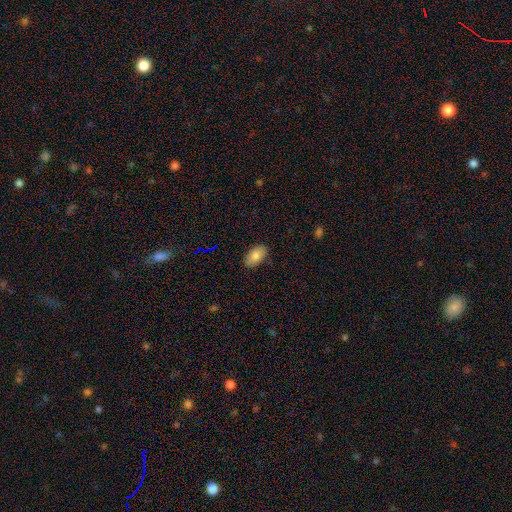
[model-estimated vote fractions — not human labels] Smooth or featured?
  - smooth: 84% *
  - featured or disk: 8%
  - star or artifact: 8%
How rounded?
  - in between: 93% *
  - round: 5%
  - cigar-shaped: 2%
Merging?
  - none: 87% *
  - minor disturbance: 10%
  - major disturbance: 2%
  - merger: 1%